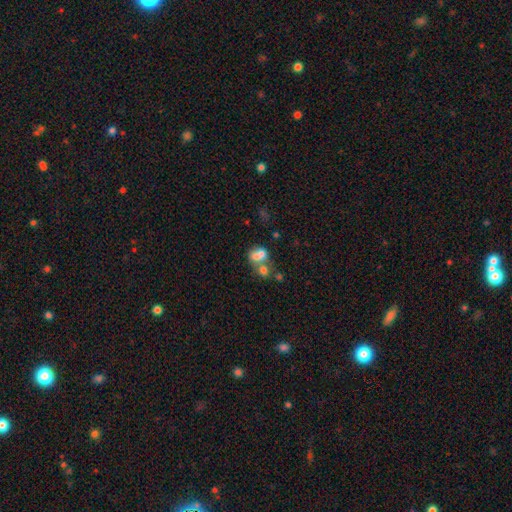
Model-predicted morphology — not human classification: smooth 57%, star or artifact 24%, featured or disk 19%. Down the decision tree: how rounded — in between (57%); merging — merger (46%).